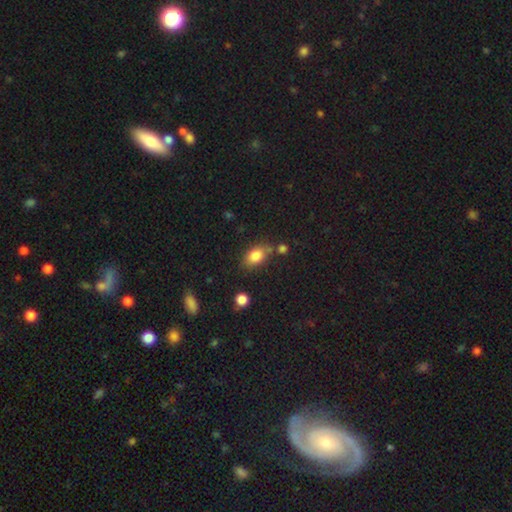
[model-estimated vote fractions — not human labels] Morphology: type=smooth (82%); roundness=in between (83%); merging=none (65%).